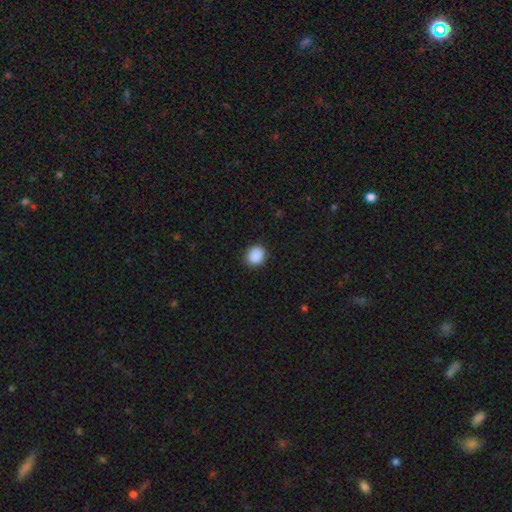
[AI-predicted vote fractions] smooth 89%, star or artifact 8%, featured or disk 2%. Down the decision tree: how rounded — round (73%); merging — none (88%).